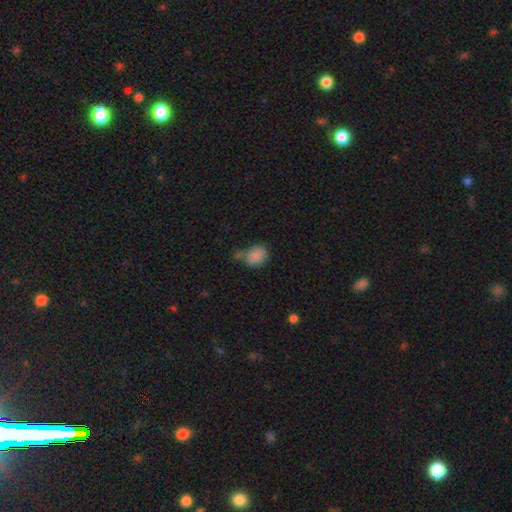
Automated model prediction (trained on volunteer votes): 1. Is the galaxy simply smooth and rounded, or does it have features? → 86% smooth, 9% star or artifact, 5% featured or disk.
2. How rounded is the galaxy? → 54% in between, 45% round, 1% cigar-shaped.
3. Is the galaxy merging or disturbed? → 52% none, 21% merger, 20% minor disturbance, 7% major disturbance.